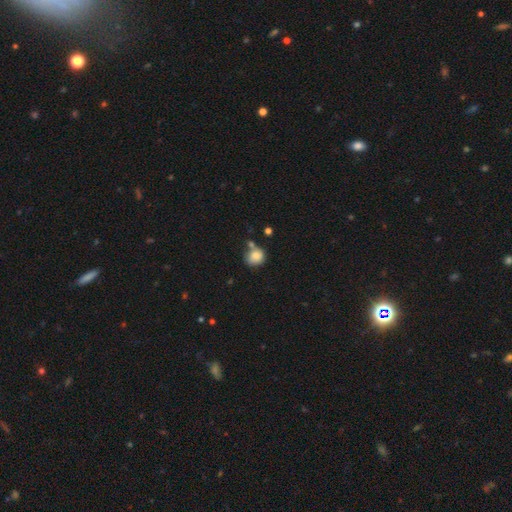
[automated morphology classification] type=smooth (83%); roundness=round (73%); merging=none (49%).